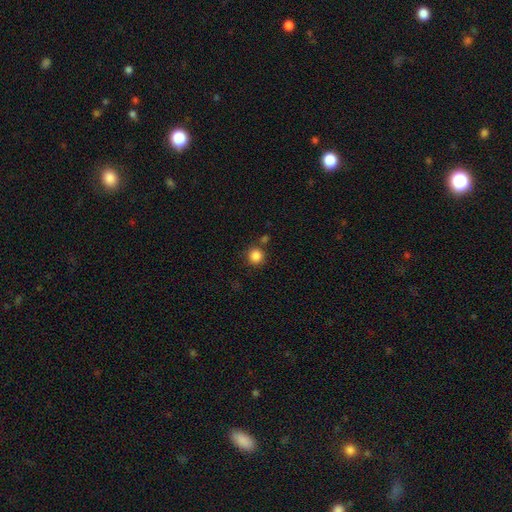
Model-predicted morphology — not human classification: A smooth galaxy with no disk features (86%) that is round (93%).

Vote fractions:
- Smooth or featured? smooth: 86% / star or artifact: 10% / featured or disk: 4%
- How rounded? round: 93% / in between: 6% / cigar-shaped: 1%
- Merging? none: 79% / minor disturbance: 9% / merger: 9% / major disturbance: 3%